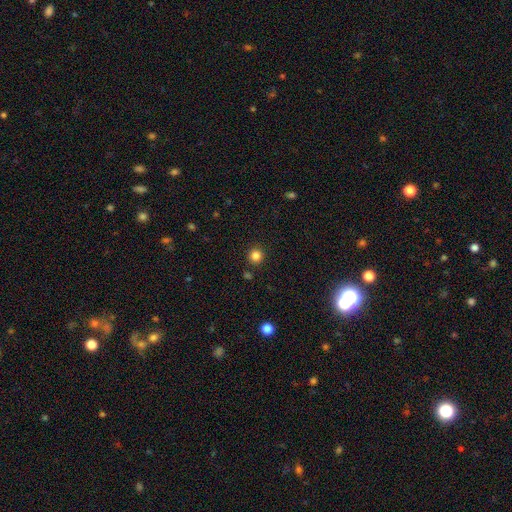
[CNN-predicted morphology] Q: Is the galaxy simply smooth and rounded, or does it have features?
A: smooth — 83%.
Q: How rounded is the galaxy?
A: round — 94%.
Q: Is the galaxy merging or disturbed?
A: none — 90%.